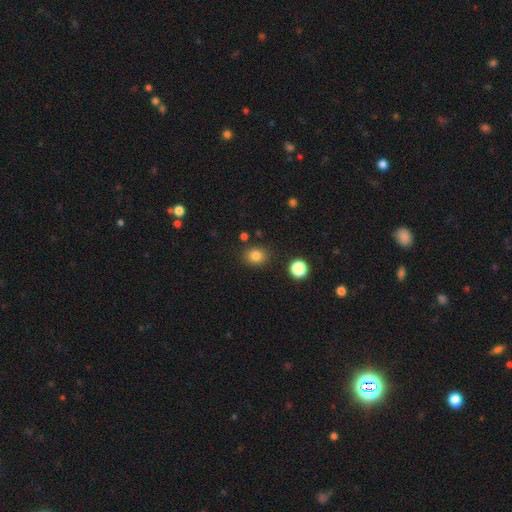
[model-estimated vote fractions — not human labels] Smooth or featured? Predicted: smooth (p=0.82). How rounded? Predicted: round (p=0.63). Merging? Predicted: none (p=0.84).